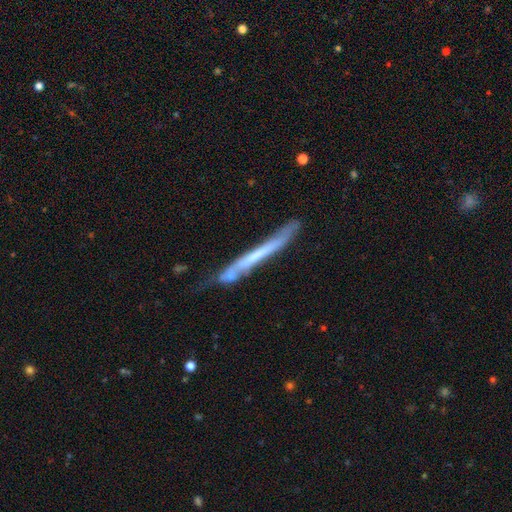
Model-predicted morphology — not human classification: Smooth or featured?
  - featured or disk: 54% *
  - smooth: 40%
  - star or artifact: 6%
Edge-on disk?
  - yes: 87% *
  - no: 13%
Merging?
  - none: 53% *
  - minor disturbance: 26%
  - merger: 12%
  - major disturbance: 10%